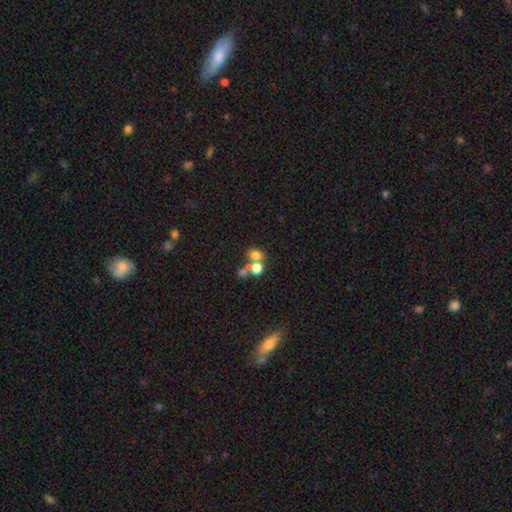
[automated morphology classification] A smooth galaxy with no disk features (71%) that is round (60%). Merging: merger (47%).